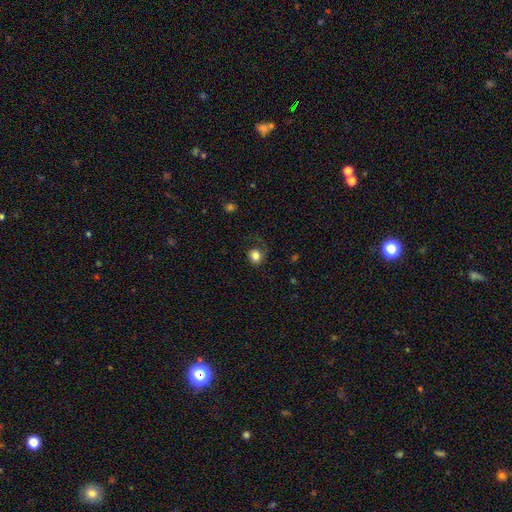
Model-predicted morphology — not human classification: smooth-or-featured: smooth: 81% | star or artifact: 10% | featured or disk: 9%
  how-rounded: round: 72% | in between: 27% | cigar-shaped: 1%
  merging: none: 66% | minor disturbance: 19% | major disturbance: 14% | merger: 1%